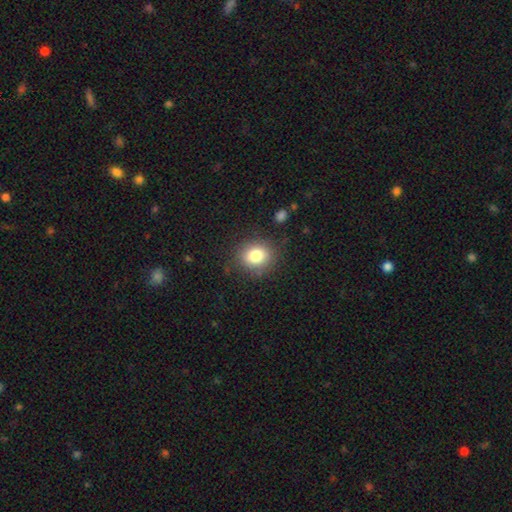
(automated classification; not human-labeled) smooth-or-featured: smooth: 82% | star or artifact: 11% | featured or disk: 8%
  how-rounded: round: 67% | in between: 32% | cigar-shaped: 1%
  merging: none: 84% | minor disturbance: 11% | major disturbance: 4% | merger: 2%